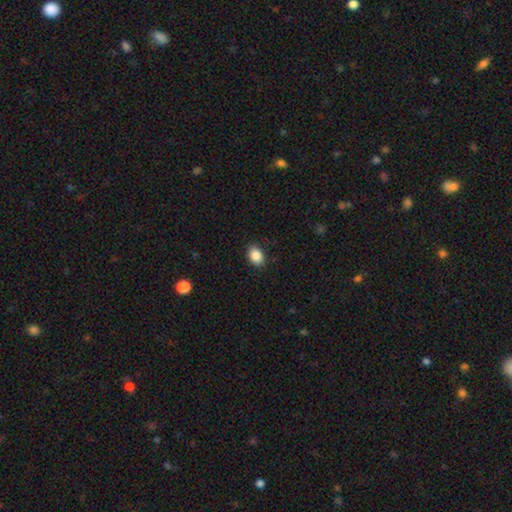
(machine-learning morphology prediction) smooth-or-featured: smooth: 87% | star or artifact: 8% | featured or disk: 5%
  how-rounded: in between: 79% | round: 20% | cigar-shaped: 1%
  merging: none: 88% | minor disturbance: 9% | major disturbance: 2% | merger: 1%